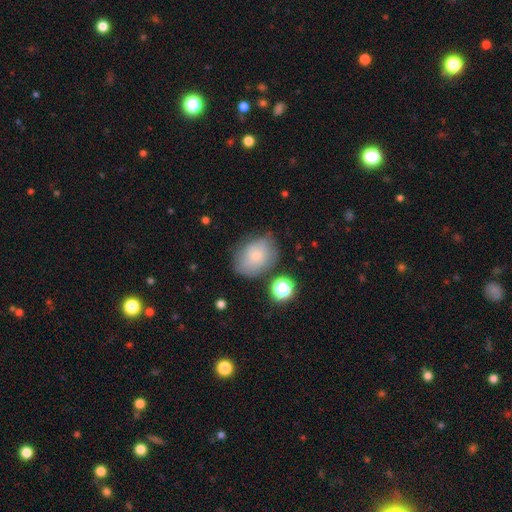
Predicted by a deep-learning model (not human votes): smooth-or-featured: smooth: 70% | featured or disk: 20% | star or artifact: 10%
  how-rounded: in between: 64% | round: 35% | cigar-shaped: 1%
  merging: none: 66% | minor disturbance: 22% | major disturbance: 7% | merger: 5%